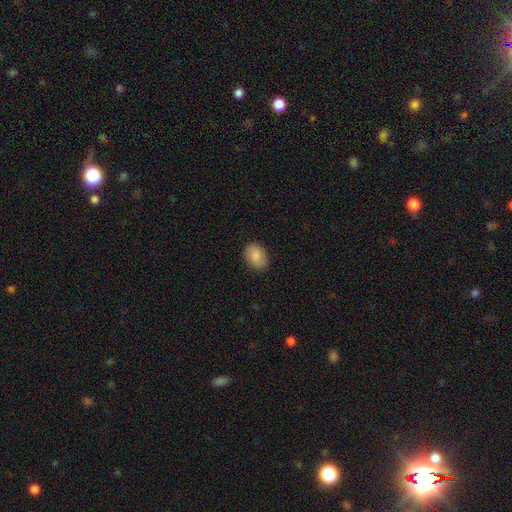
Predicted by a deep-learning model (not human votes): Morphology: type=smooth (83%); roundness=in between (72%); merging=none (87%).